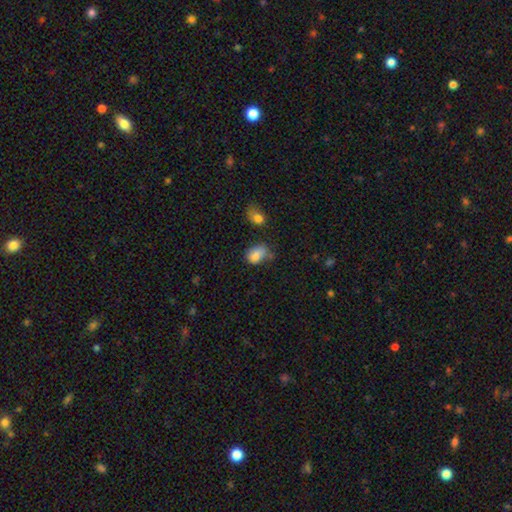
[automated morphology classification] A smooth galaxy with no disk features (83%) that is in between round and cigar-shaped (79%). Merging: none (47%).